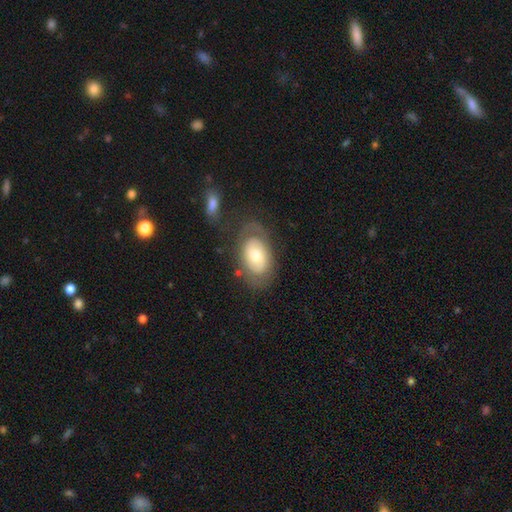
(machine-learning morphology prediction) Smooth or featured? smooth (48%)
Merging? none (59%)